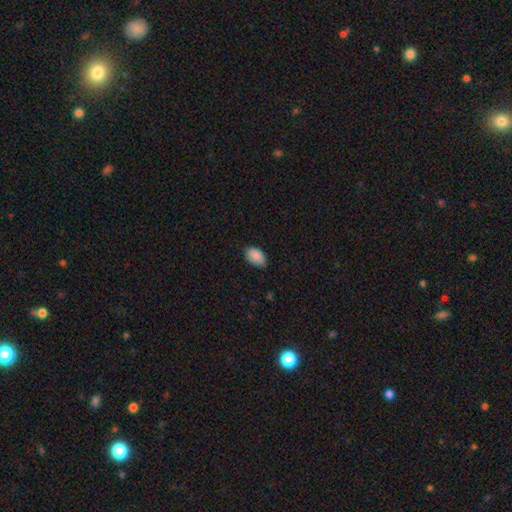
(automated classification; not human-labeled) smooth 89%, star or artifact 7%, featured or disk 4%. Down the decision tree: how rounded — in between (91%); merging — none (79%).